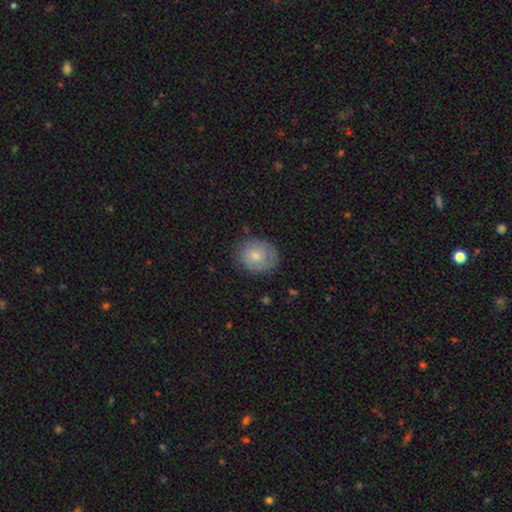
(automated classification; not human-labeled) This appears to be a smooth galaxy with no disk features (67%) that is round (68%). Merging: none (75%).